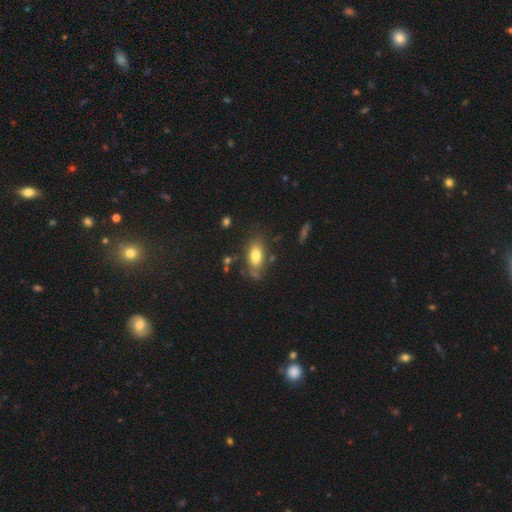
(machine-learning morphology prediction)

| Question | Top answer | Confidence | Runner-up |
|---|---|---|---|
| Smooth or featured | smooth | 76% | featured or disk (16%) |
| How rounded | in between | 87% | round (6%) |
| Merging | none | 70% | minor disturbance (19%) |